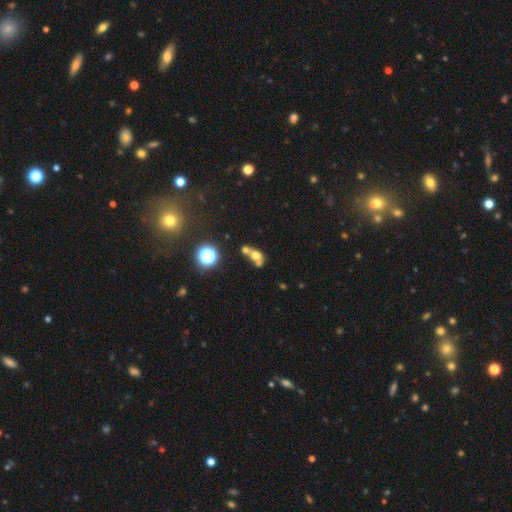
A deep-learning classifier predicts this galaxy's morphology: Smooth or featured? smooth (57%)
How rounded? in between (49%)
Merging? merger (60%)